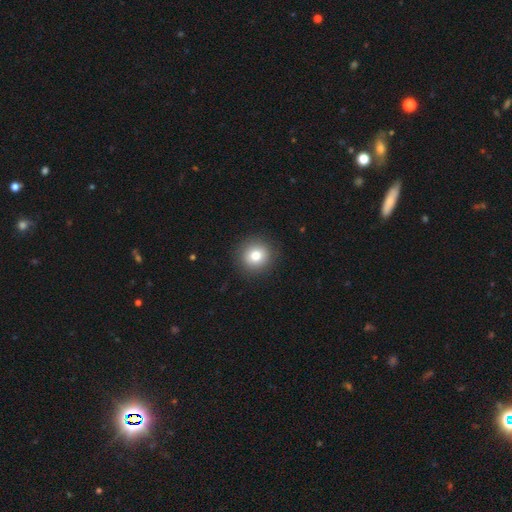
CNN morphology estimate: smooth_or_featured: smooth (p=0.80) [alt: star or artifact p=0.10]
how_rounded: round (p=0.92) [alt: in between p=0.07]
merging: none (p=0.91) [alt: minor disturbance p=0.06]